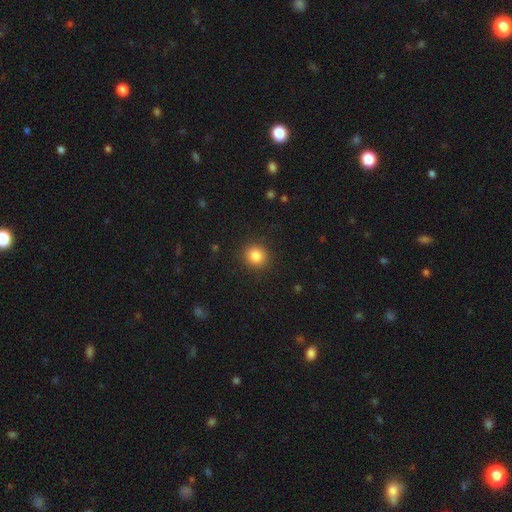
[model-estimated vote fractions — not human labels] Q: Smooth or featured?
A: smooth (84%); runner-up: star or artifact (11%)
Q: How rounded?
A: round (89%); runner-up: in between (10%)
Q: Merging?
A: none (90%); runner-up: minor disturbance (6%)